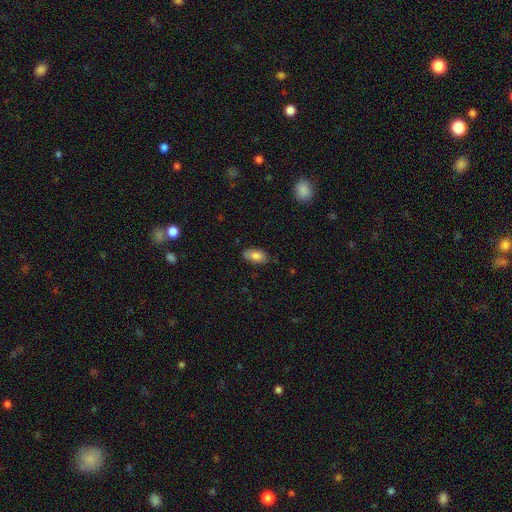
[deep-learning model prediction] This is clearly a smooth galaxy (80%). How rounded: clearly in between (92%). Merging: likely none (79%).